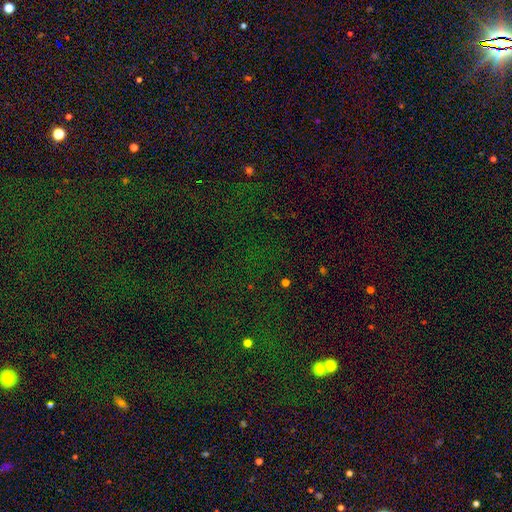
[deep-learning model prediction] star or artifact 78%, smooth 14%, featured or disk 8%.